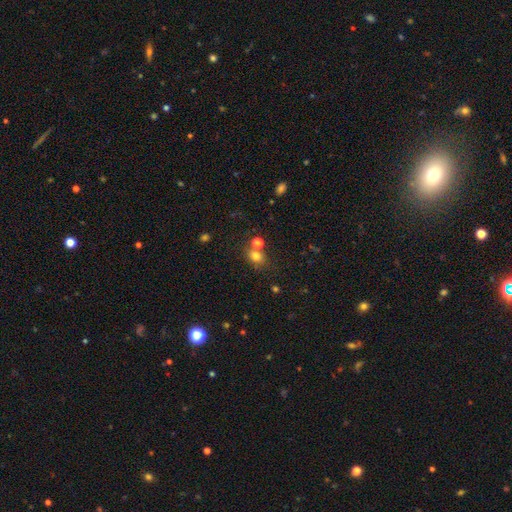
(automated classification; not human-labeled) A smooth galaxy with no disk features (75%) that is round (59%). Merging: none (60%).